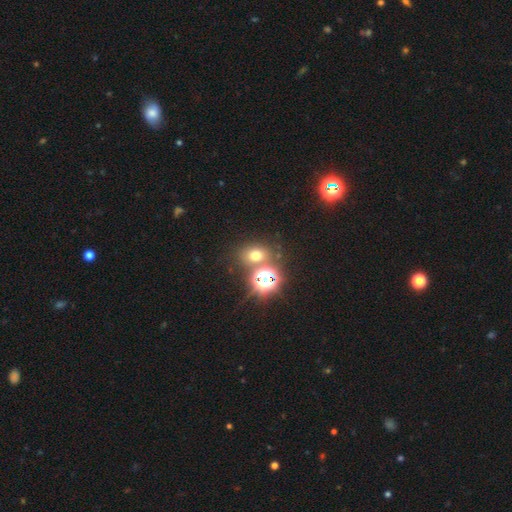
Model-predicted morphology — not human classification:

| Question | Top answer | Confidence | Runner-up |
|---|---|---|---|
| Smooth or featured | smooth | 58% | star or artifact (32%) |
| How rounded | round | 51% | in between (48%) |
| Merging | none | 68% | merger (18%) |